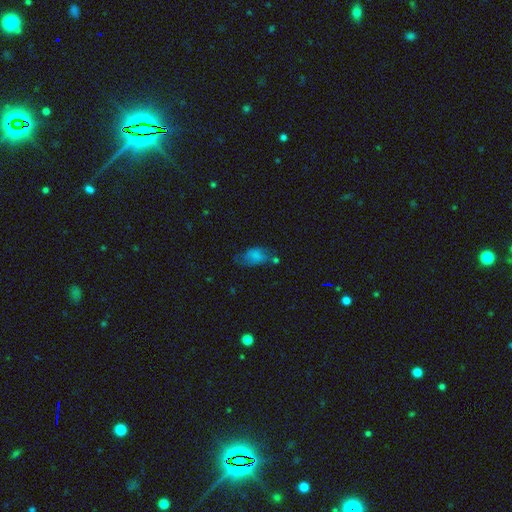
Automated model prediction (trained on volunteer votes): Smooth or featured? Predicted: smooth (p=0.65). How rounded? Predicted: in between (p=0.89). Merging? Predicted: none (p=0.41).